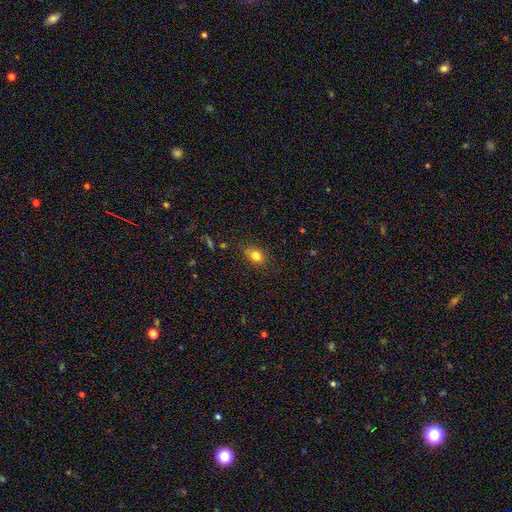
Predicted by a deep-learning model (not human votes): smooth_or_featured: smooth (p=0.80) [alt: star or artifact p=0.12]
how_rounded: in between (p=0.61) [alt: round p=0.37]
merging: none (p=0.80) [alt: minor disturbance p=0.15]